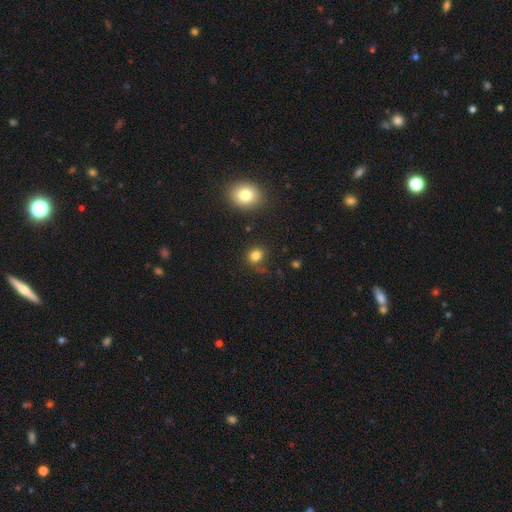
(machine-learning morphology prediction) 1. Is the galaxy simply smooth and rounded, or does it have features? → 81% smooth, 14% star or artifact, 5% featured or disk.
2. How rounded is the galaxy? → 80% round, 19% in between, 1% cigar-shaped.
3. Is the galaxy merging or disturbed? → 82% none, 11% minor disturbance, 4% major disturbance, 3% merger.